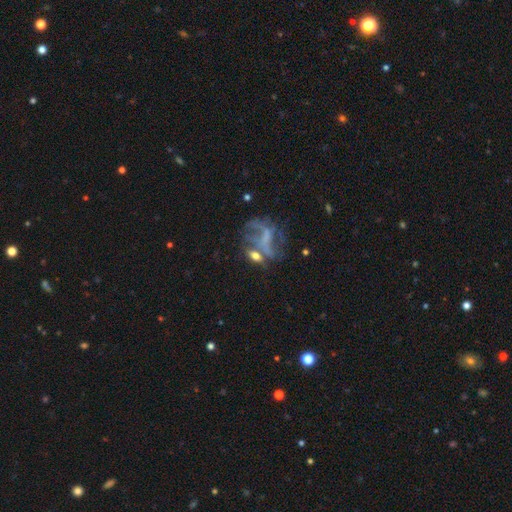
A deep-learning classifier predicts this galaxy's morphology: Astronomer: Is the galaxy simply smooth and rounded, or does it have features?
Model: featured or disk — 47% (runner-up: smooth, 36%).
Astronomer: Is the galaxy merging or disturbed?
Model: none — 32% (runner-up: major disturbance, 26%).